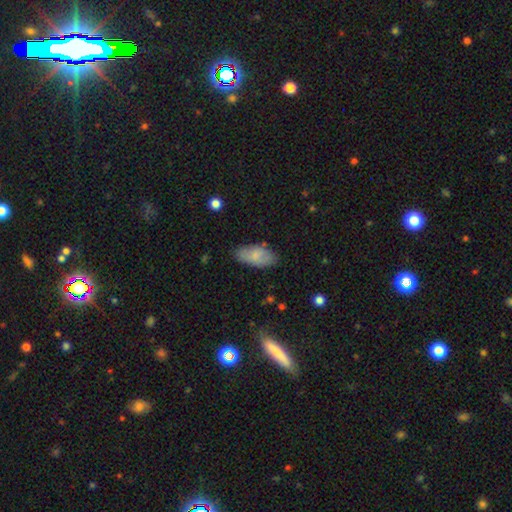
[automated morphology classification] Smooth or featured? Predicted: smooth (p=0.79). How rounded? Predicted: in between (p=0.92). Merging? Predicted: none (p=0.79).